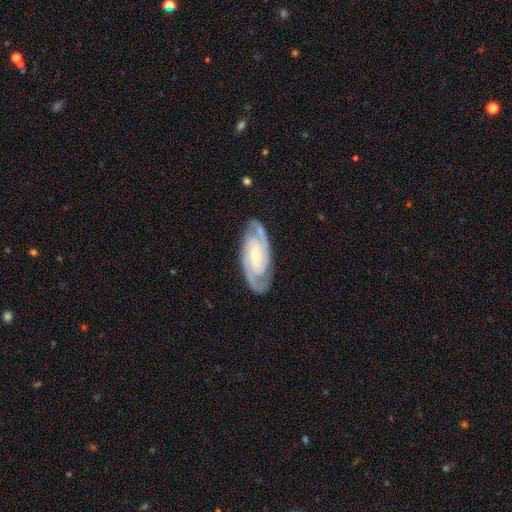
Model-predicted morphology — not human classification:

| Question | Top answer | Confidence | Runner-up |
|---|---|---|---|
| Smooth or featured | featured or disk | 90% | smooth (6%) |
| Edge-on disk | no | 95% | yes (5%) |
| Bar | no | 40% | weak (39%) |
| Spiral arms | yes | 98% | no (2%) |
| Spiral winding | tight | 60% | medium (35%) |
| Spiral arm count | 2 | 87% | 3 (5%) |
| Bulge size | small | 66% | moderate (26%) |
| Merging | none | 83% | minor disturbance (13%) |